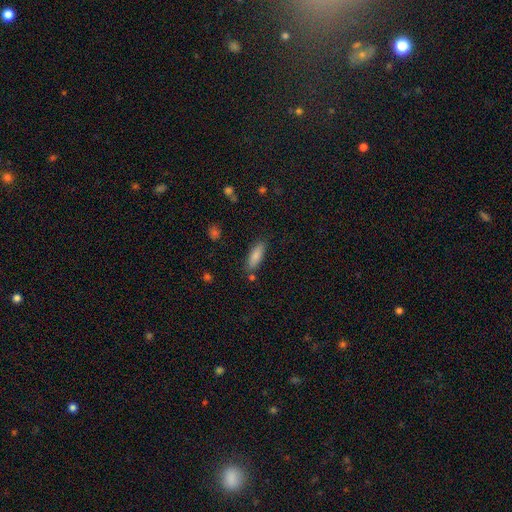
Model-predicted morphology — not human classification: Q: Smooth or featured?
A: smooth (84%); runner-up: featured or disk (9%)
Q: How rounded?
A: in between (50%); runner-up: cigar-shaped (48%)
Q: Merging?
A: none (80%); runner-up: minor disturbance (12%)